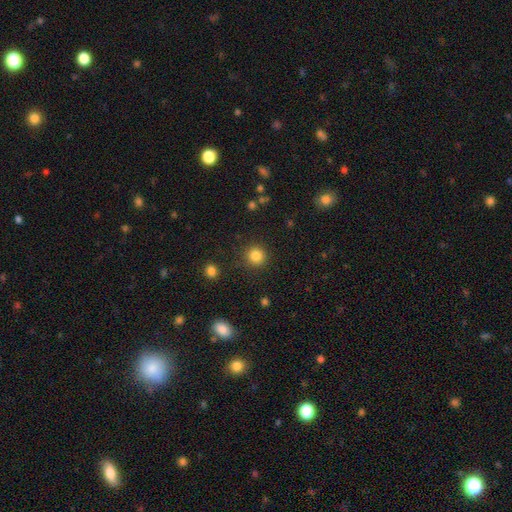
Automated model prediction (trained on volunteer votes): Smooth or featured? smooth (84%)
How rounded? round (93%)
Merging? none (89%)